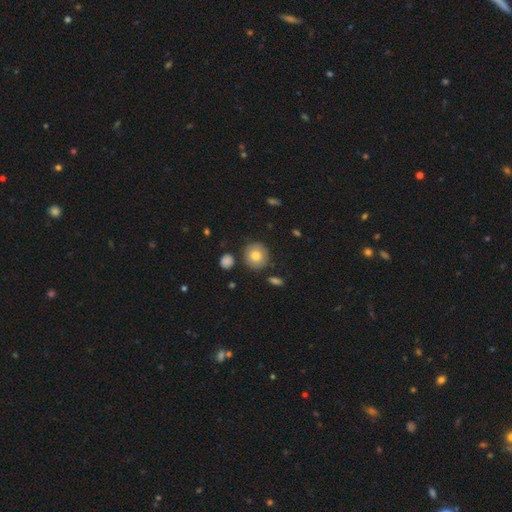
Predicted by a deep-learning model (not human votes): Morphology: type=smooth (79%); roundness=round (89%); merging=none (83%).